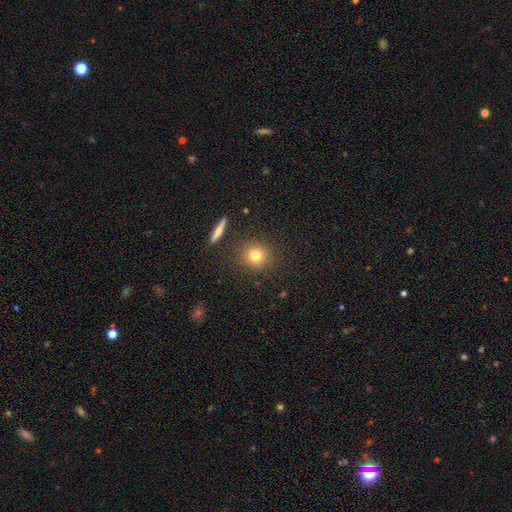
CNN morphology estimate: type=smooth (76%); roundness=round (91%); merging=none (88%).